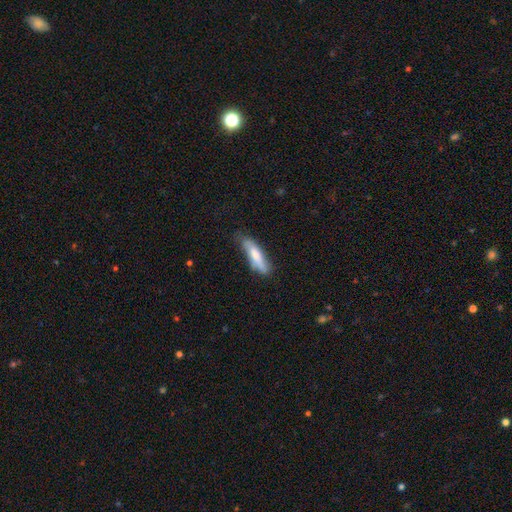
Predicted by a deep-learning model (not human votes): A smooth galaxy with no disk features (72%) that is cigar-shaped (69%).

Vote fractions:
- Smooth or featured? smooth: 72% / featured or disk: 22% / star or artifact: 6%
- How rounded? cigar-shaped: 69% / in between: 30% / round: 2%
- Merging? none: 64% / minor disturbance: 27% / major disturbance: 6% / merger: 3%